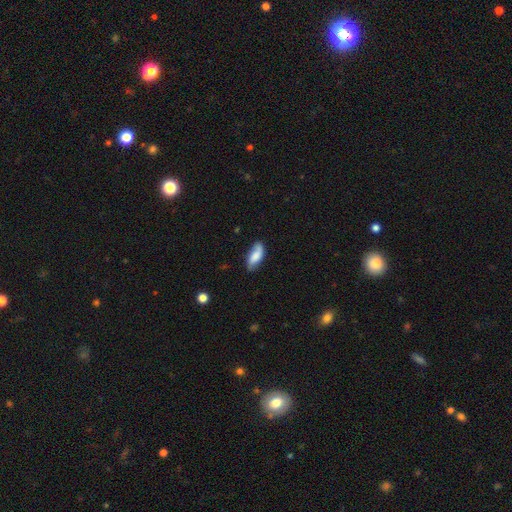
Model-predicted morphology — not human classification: The model was most divided on "smooth or featured": smooth: 61%, featured or disk: 31%, star or artifact: 7%. More confident: how rounded — in between (81%); merging — none (70%).